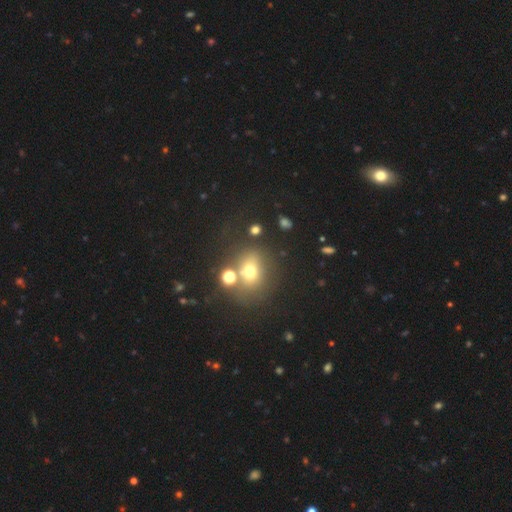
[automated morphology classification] smooth-or-featured: star or artifact: 45% | smooth: 41% | featured or disk: 14%